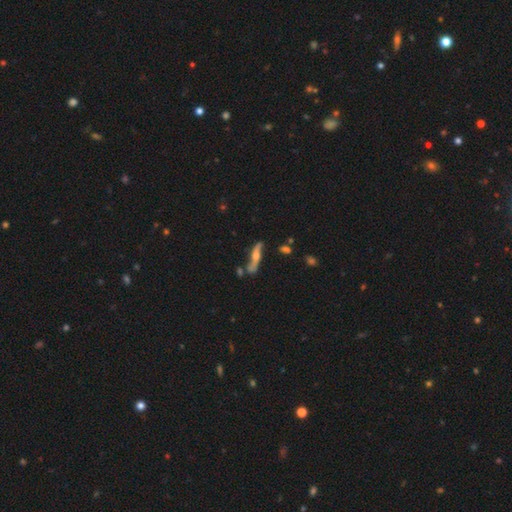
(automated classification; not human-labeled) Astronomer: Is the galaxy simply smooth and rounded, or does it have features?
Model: featured or disk — 70%.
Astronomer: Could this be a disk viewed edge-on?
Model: yes — 69%.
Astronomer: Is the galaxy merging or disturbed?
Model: none — 63%.